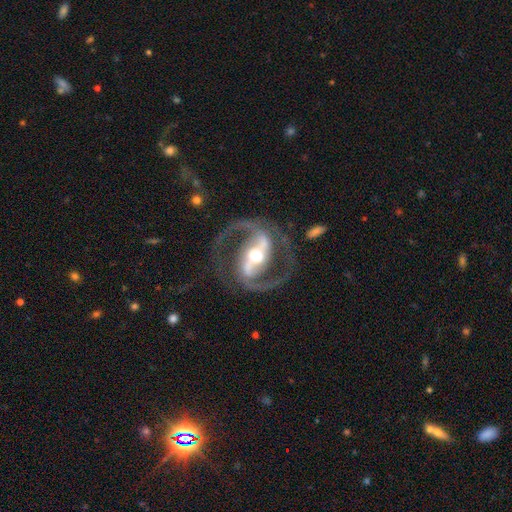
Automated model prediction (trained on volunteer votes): Smooth or featured? featured or disk (93%)
Edge-on disk? no (97%)
Bar? strong (70%)
Spiral arms? yes (97%)
Spiral winding? medium (66%)
Spiral arm count? 2 (94%)
Bulge size? moderate (67%)
Merging? none (80%)